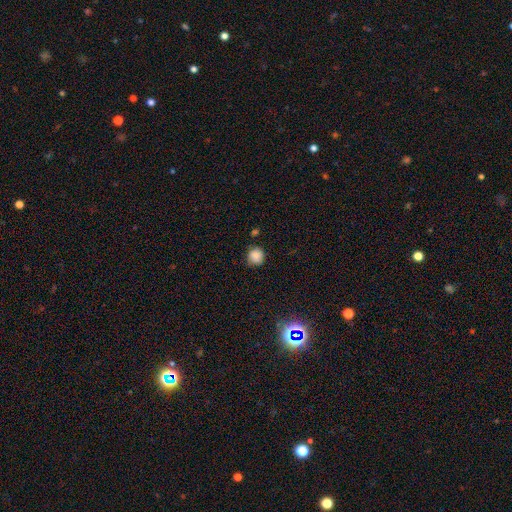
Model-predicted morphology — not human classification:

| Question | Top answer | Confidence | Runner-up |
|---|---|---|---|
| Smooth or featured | smooth | 84% | star or artifact (11%) |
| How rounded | round | 88% | in between (11%) |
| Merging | none | 75% | minor disturbance (19%) |